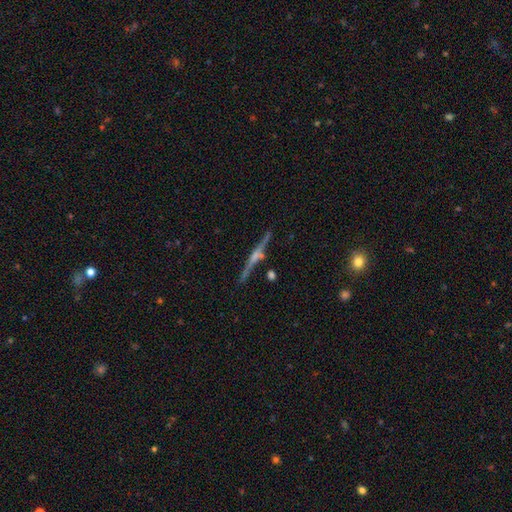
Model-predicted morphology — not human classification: A featured or disk galaxy (81%) viewed edge-on (98%) with a rounded central bulge (75%).

Vote fractions:
- Smooth or featured? featured or disk: 81% / smooth: 12% / star or artifact: 7%
- Edge-on disk? yes: 98% / no: 2%
- Edge-on bulge? rounded: 75% / none: 14% / boxy: 11%
- Merging? none: 87% / minor disturbance: 8% / merger: 3% / major disturbance: 2%